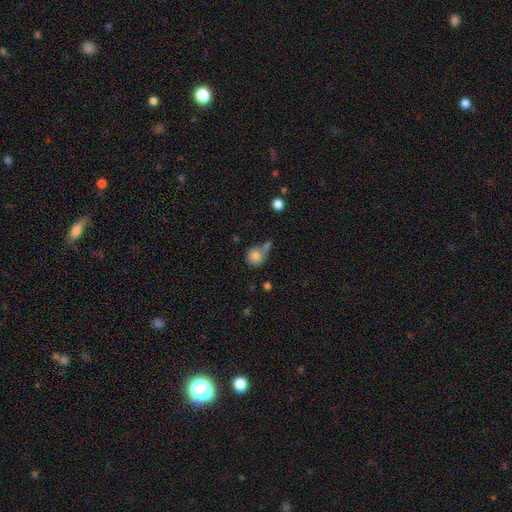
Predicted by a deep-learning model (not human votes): Q: Smooth or featured?
A: smooth (79%); runner-up: featured or disk (12%)
Q: How rounded?
A: round (85%); runner-up: in between (13%)
Q: Merging?
A: none (45%); runner-up: merger (32%)